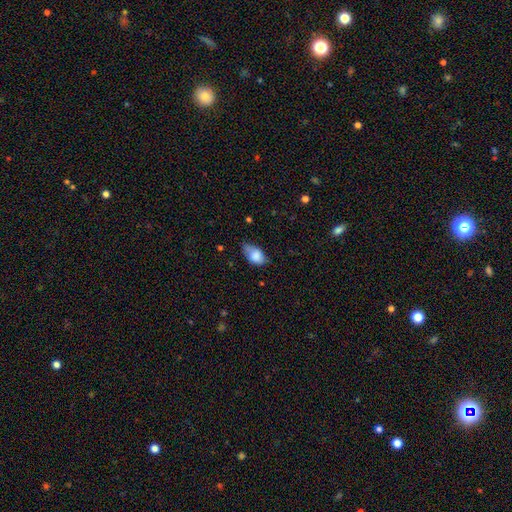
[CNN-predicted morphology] smooth-or-featured: smooth: 83% | featured or disk: 10% | star or artifact: 7%
  how-rounded: in between: 90% | round: 8% | cigar-shaped: 2%
  merging: none: 46% | minor disturbance: 42% | major disturbance: 10% | merger: 2%